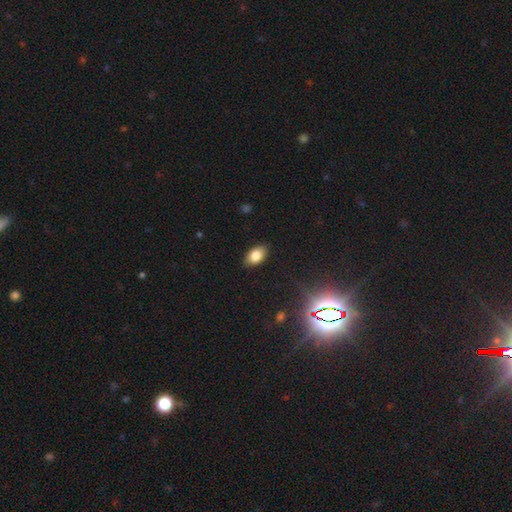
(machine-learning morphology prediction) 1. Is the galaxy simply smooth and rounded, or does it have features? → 81% smooth, 10% star or artifact, 9% featured or disk.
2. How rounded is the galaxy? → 90% in between, 8% round, 2% cigar-shaped.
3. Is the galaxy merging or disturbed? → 87% none, 9% minor disturbance, 2% major disturbance, 1% merger.